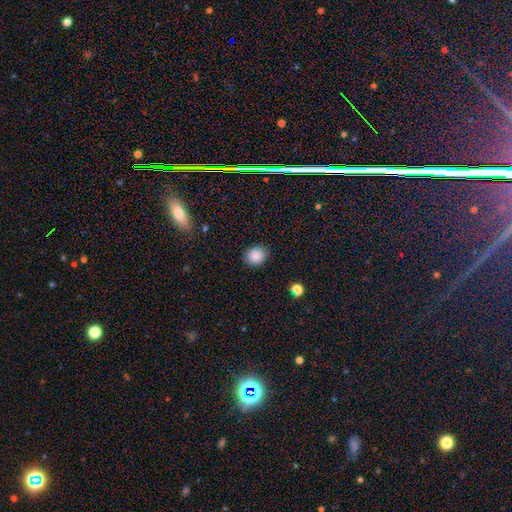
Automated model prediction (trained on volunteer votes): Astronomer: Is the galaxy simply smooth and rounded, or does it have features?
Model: smooth — 87%.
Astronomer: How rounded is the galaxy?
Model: round — 62% (runner-up: in between, 37%).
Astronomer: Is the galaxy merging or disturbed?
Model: none — 88%.